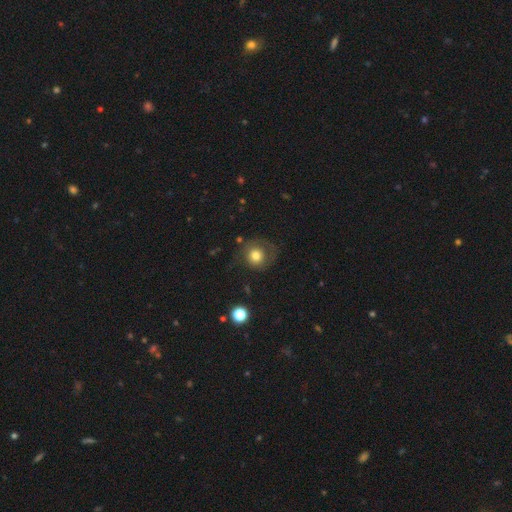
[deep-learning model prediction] Q: Smooth or featured?
A: smooth (72%); runner-up: featured or disk (19%)
Q: How rounded?
A: round (88%); runner-up: in between (11%)
Q: Merging?
A: none (61%); runner-up: minor disturbance (19%)